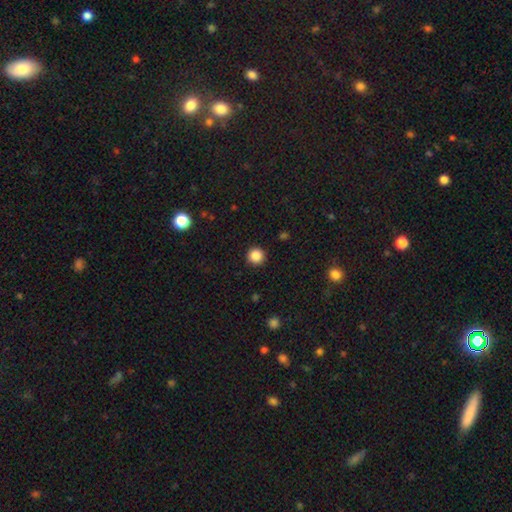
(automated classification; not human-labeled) Morphology: type=smooth (87%); roundness=round (95%); merging=none (92%).